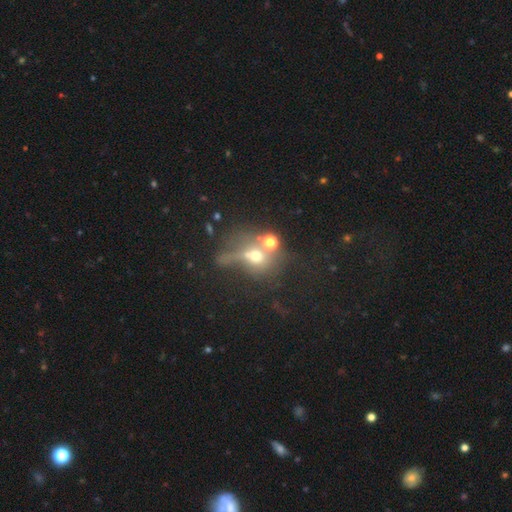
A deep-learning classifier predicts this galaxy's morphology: Q: Smooth or featured?
A: smooth (49%); runner-up: star or artifact (25%)
Q: Merging?
A: merger (38%); runner-up: none (31%)